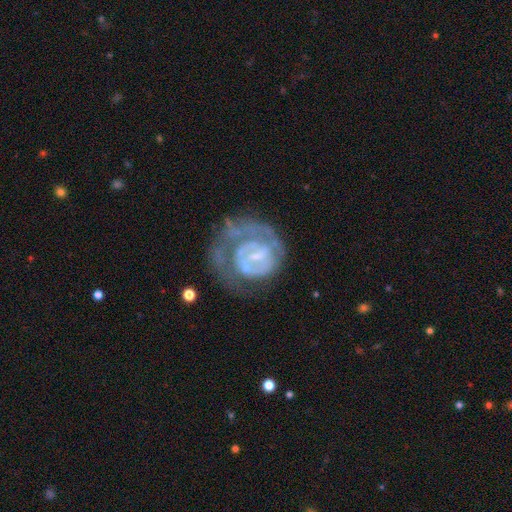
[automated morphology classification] The model was most divided on "spiral arm count": 1: 33%, can't tell: 30%, 2: 26%, 3: 6%, 4: 2%, more than 4: 2%. Remaining: edge-on disk — no (98%); smooth or featured — featured or disk (77%); spiral arms — yes (74%); spiral winding — tight (59%); bulge size — small (51%); bar — weak (47%); merging — none (40%).